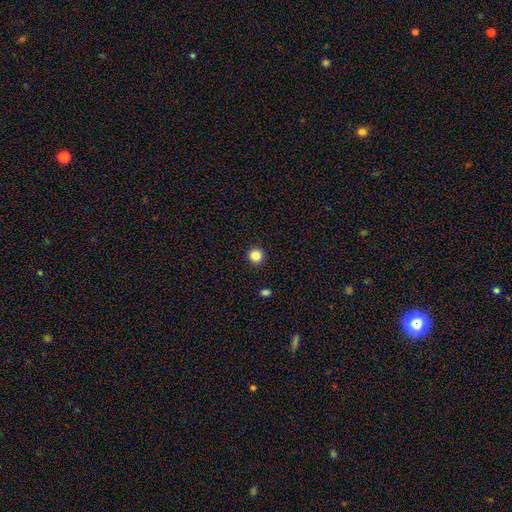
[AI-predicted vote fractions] Smooth or featured? smooth (86%)
How rounded? round (95%)
Merging? none (93%)